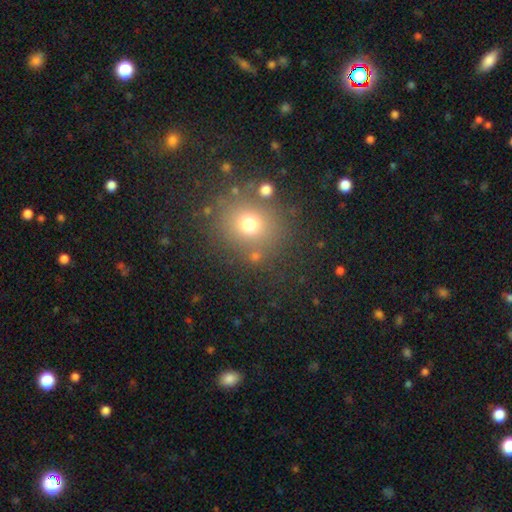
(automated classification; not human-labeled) Overall: smooth (69%). How rounded: round (82%). Merging: none (82%).